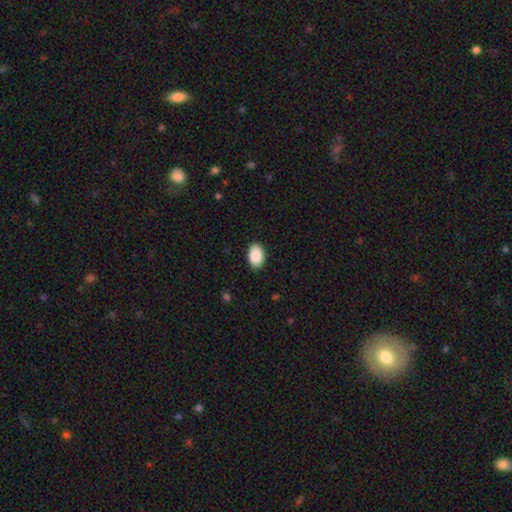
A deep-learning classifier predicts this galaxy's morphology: Smooth or featured: smooth — 90% (star or artifact — 7%)
How rounded: in between — 91% (round — 8%)
Merging: none — 90% (minor disturbance — 7%)